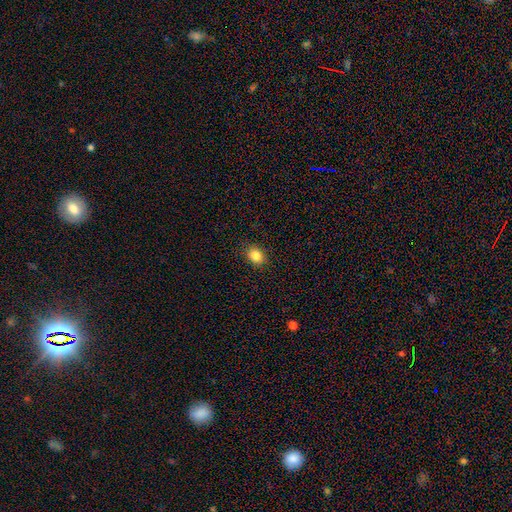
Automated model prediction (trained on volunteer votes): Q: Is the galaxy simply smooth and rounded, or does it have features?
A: smooth — 85%.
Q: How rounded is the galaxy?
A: in between — 51%.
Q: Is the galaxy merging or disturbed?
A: none — 86%.